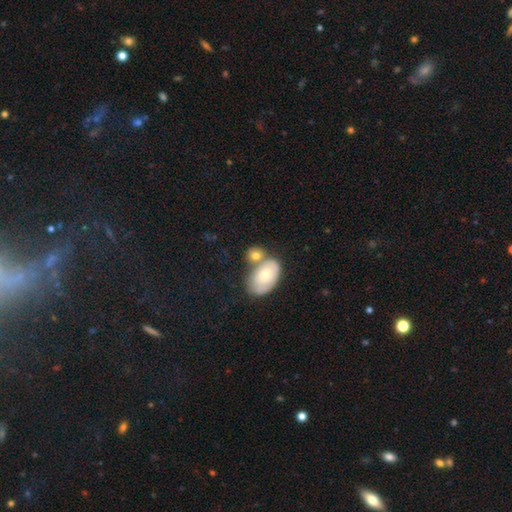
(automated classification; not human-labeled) A smooth galaxy with no disk features (74%) that is in between round and cigar-shaped (65%). Merging: none (41%).